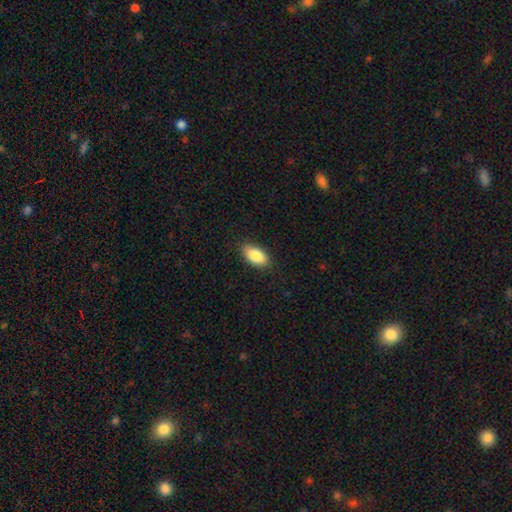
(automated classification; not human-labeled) Smooth or featured: smooth — 87% (star or artifact — 7%)
How rounded: in between — 93% (cigar-shaped — 4%)
Merging: none — 85% (minor disturbance — 11%)